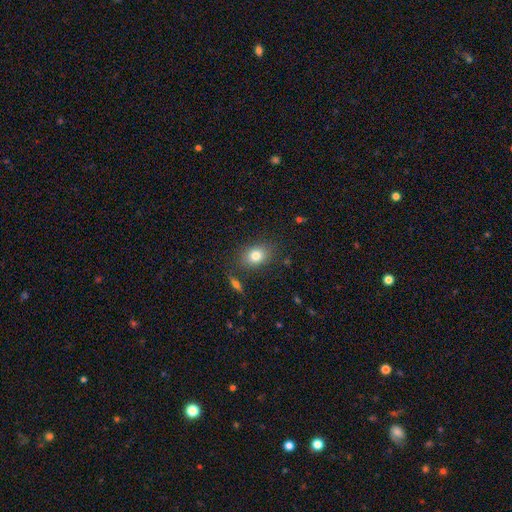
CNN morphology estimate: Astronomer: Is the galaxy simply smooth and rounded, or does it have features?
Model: smooth — 80%.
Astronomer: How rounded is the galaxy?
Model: in between — 63%.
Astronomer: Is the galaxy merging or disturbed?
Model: none — 82%.